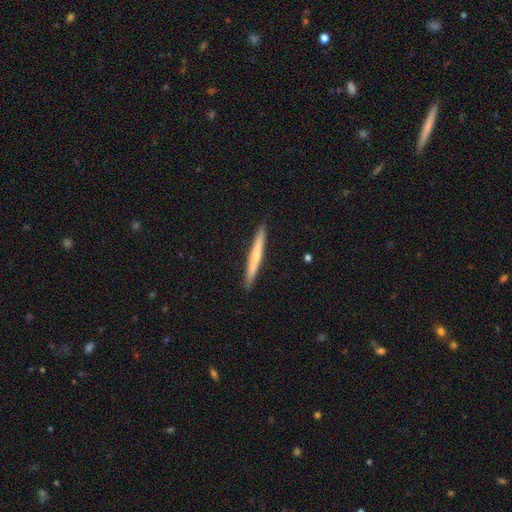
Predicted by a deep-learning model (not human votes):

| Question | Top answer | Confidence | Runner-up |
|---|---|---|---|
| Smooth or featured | smooth | 56% | featured or disk (39%) |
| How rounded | cigar-shaped | 97% | in between (2%) |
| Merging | none | 92% | minor disturbance (6%) |